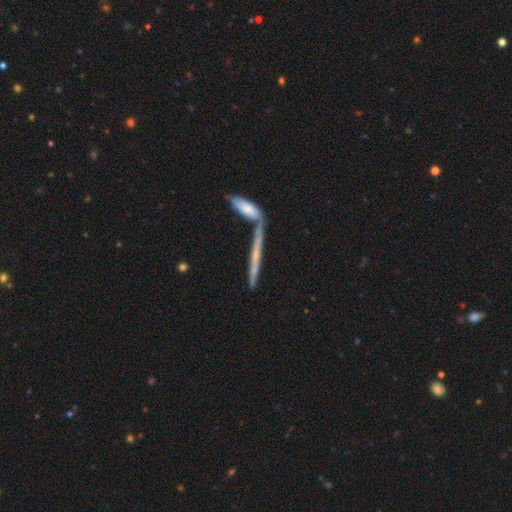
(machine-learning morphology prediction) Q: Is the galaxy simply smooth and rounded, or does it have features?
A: featured or disk — 55%.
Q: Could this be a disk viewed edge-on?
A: yes — 91%.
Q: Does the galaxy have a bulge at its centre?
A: none — 64%.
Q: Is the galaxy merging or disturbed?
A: none — 57%.